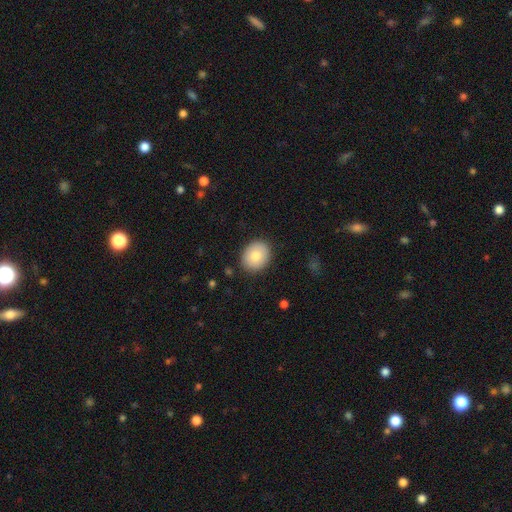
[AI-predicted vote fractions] A smooth galaxy with no disk features (82%) that is round (56%). Merging: none (88%).